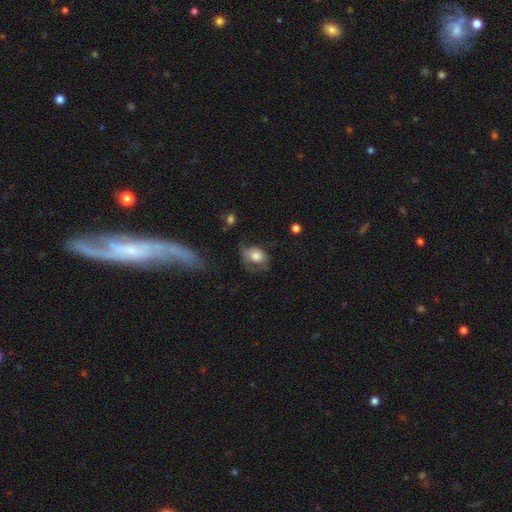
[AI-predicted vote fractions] A smooth galaxy with no disk features (72%) that is in between round and cigar-shaped (60%).

Vote fractions:
- Smooth or featured? smooth: 72% / featured or disk: 20% / star or artifact: 8%
- How rounded? in between: 60% / round: 38% / cigar-shaped: 1%
- Merging? none: 38% / minor disturbance: 31% / major disturbance: 28% / merger: 3%